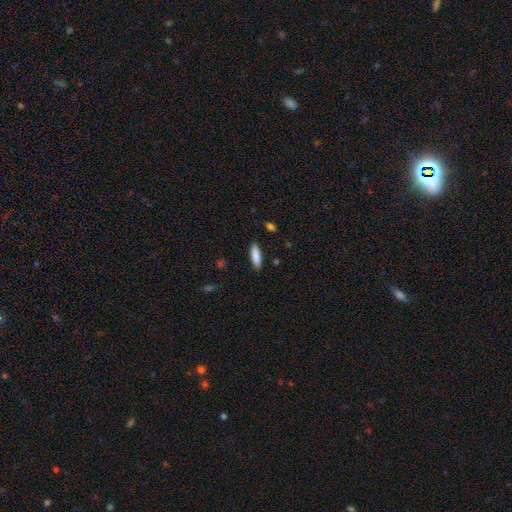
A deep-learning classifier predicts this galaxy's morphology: Smooth or featured? smooth (87%)
How rounded? cigar-shaped (57%)
Merging? none (87%)